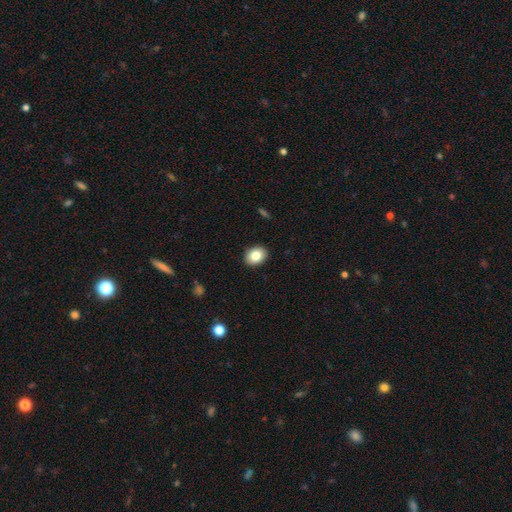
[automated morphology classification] Overall: smooth (83%). How rounded: in between (56%; round 43%). Merging: none (91%).